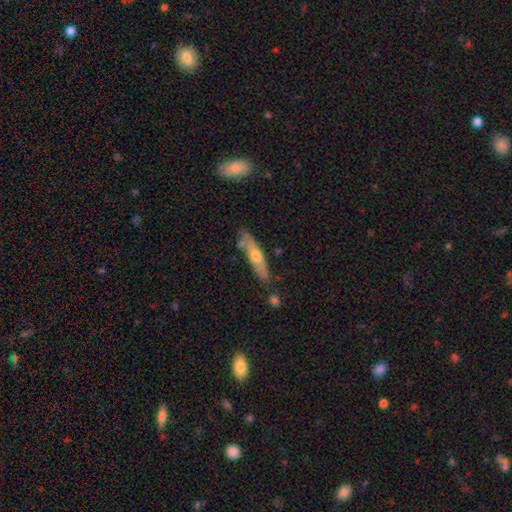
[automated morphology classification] The model was most divided on "smooth or featured": featured or disk: 49%, smooth: 45%, star or artifact: 6%. More confident: merging — none (76%).